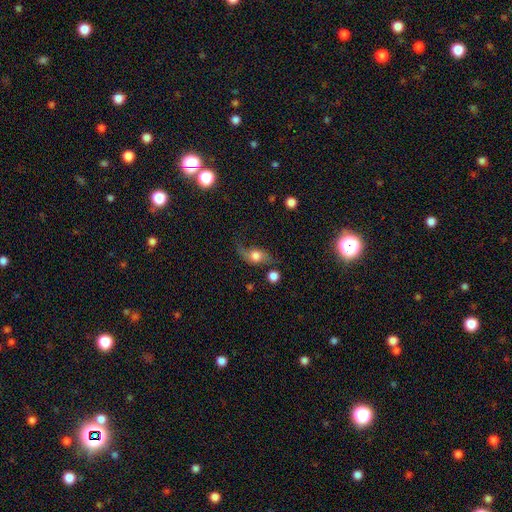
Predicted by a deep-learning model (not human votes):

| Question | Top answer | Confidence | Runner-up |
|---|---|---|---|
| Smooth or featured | featured or disk | 45% | smooth (44%) |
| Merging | none | 45% | minor disturbance (26%) |